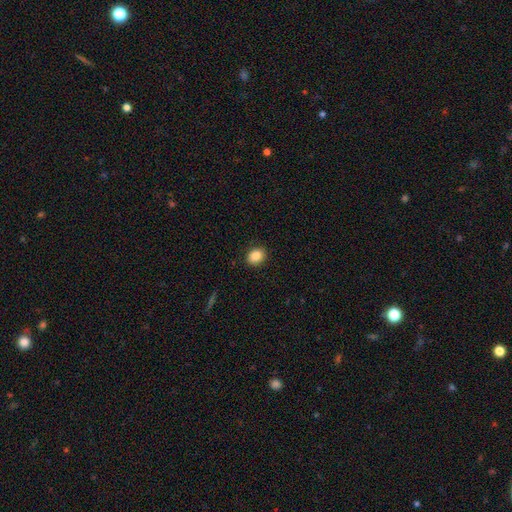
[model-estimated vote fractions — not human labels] Overall: smooth (87%). How rounded: in between (50%; round 49%). Merging: none (88%).